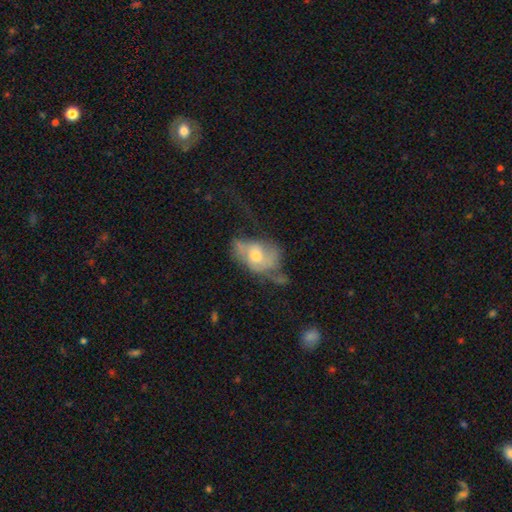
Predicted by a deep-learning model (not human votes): Smooth or featured? featured or disk (52%)
Edge-on disk? no (94%)
Merging? major disturbance (39%)